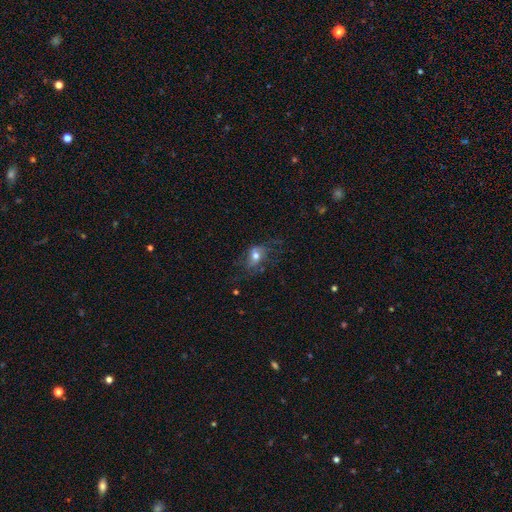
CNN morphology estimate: Smooth or featured? smooth (50%)
Merging? none (46%)